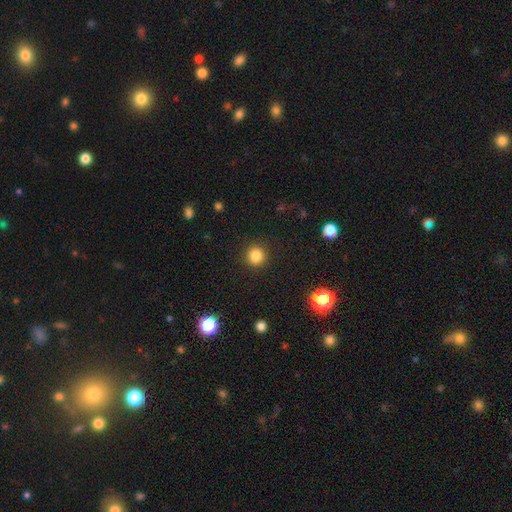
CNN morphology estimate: Smooth or featured: smooth — 84% (star or artifact — 12%)
How rounded: round — 87% (in between — 12%)
Merging: none — 88% (minor disturbance — 8%)